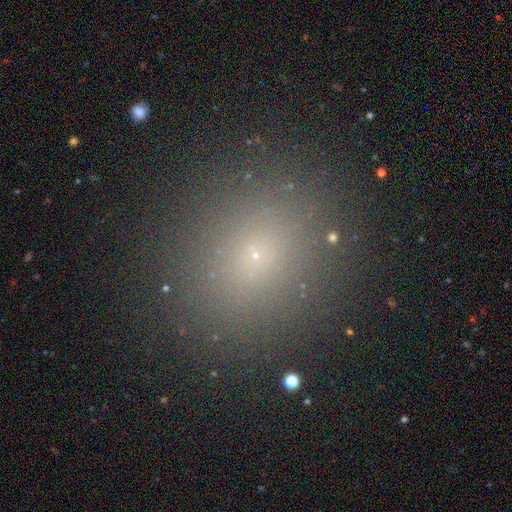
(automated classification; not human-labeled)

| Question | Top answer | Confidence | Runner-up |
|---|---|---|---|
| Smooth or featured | smooth | 66% | star or artifact (25%) |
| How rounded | round | 71% | in between (28%) |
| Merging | none | 89% | minor disturbance (7%) |